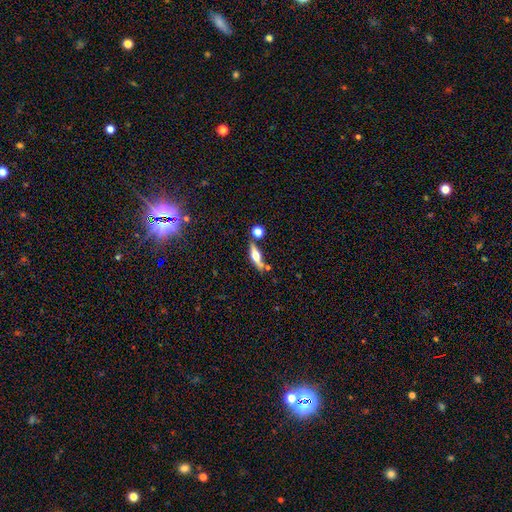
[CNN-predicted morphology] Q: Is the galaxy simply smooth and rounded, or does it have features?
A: featured or disk — 60%.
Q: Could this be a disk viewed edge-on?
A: yes — 93%.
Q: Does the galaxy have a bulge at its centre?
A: rounded — 94%.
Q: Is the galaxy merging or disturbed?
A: none — 73%.